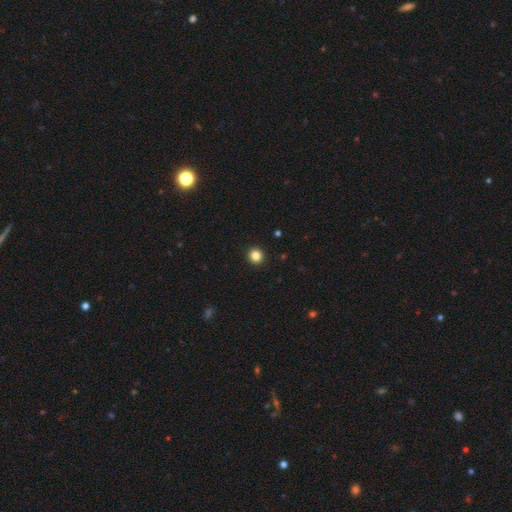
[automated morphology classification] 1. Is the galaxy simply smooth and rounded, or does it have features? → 84% smooth, 12% star or artifact, 4% featured or disk.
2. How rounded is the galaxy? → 92% round, 7% in between, 1% cigar-shaped.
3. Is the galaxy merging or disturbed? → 94% none, 4% minor disturbance, 1% major disturbance, 1% merger.